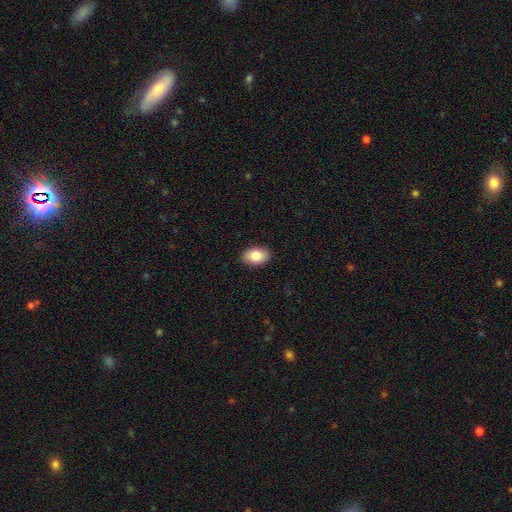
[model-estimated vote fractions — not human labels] The model was most divided on "smooth or featured": smooth: 85%, featured or disk: 8%, star or artifact: 7%. More confident: merging — none (90%); how rounded — in between (88%).